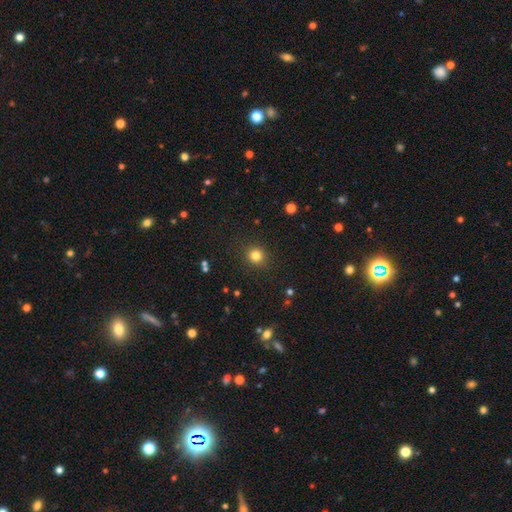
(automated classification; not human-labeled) smooth 82%, star or artifact 13%, featured or disk 5%. Down the decision tree: how rounded — round (89%); merging — none (90%).